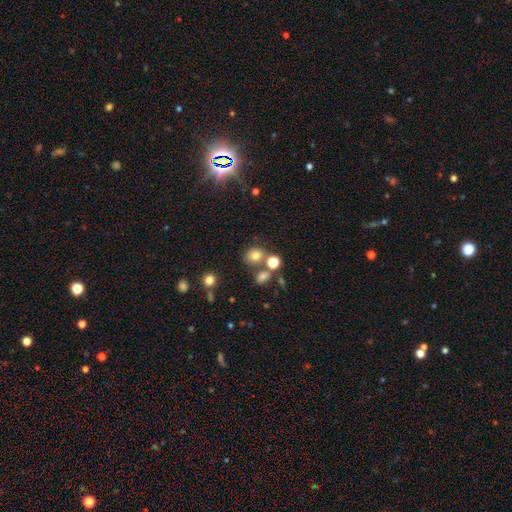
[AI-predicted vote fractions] This appears to be a smooth galaxy with no disk features (74%) that is round (68%). Merging: none (63%).